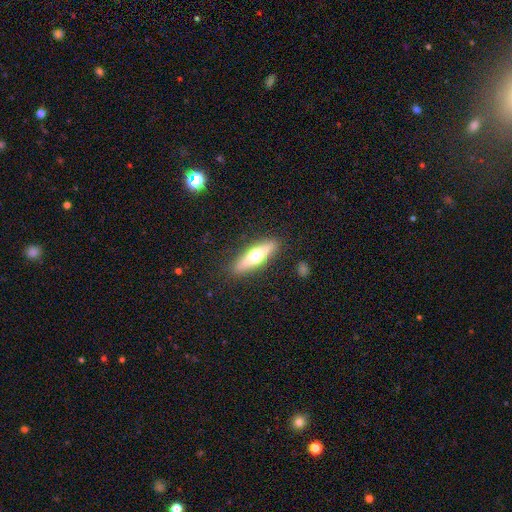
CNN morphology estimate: Smooth or featured? featured or disk (51%)
Edge-on disk? yes (90%)
Merging? none (88%)